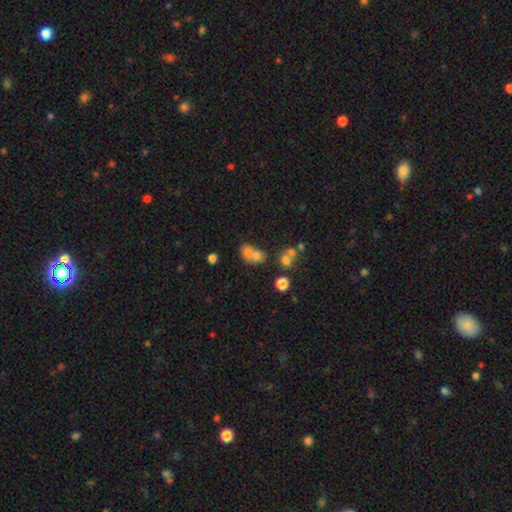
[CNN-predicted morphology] Smooth or featured?
  - smooth: 66% *
  - featured or disk: 19%
  - star or artifact: 15%
How rounded?
  - round: 51% *
  - in between: 47%
  - cigar-shaped: 1%
Merging?
  - merger: 61% *
  - none: 26%
  - minor disturbance: 8%
  - major disturbance: 5%